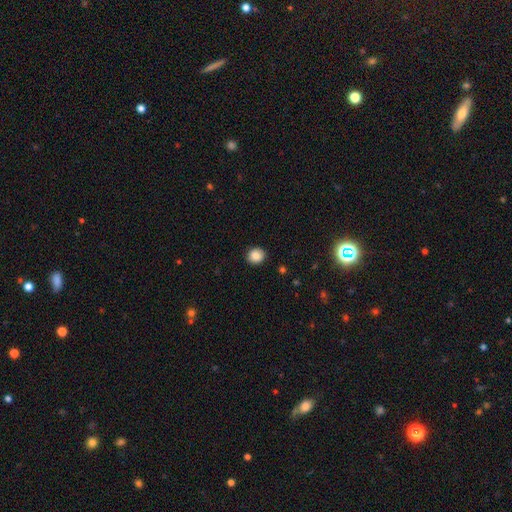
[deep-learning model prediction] smooth 86%, star or artifact 9%, featured or disk 5%. Down the decision tree: how rounded — round (79%); merging — none (90%).